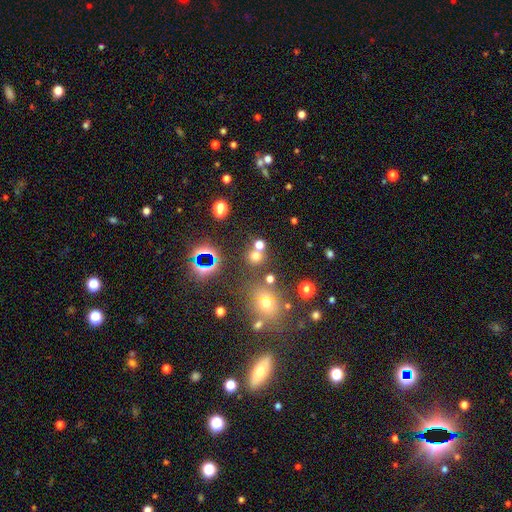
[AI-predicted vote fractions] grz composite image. It shows a smooth galaxy with no disk features (61%) that is round (87%). Merging: none (67%).